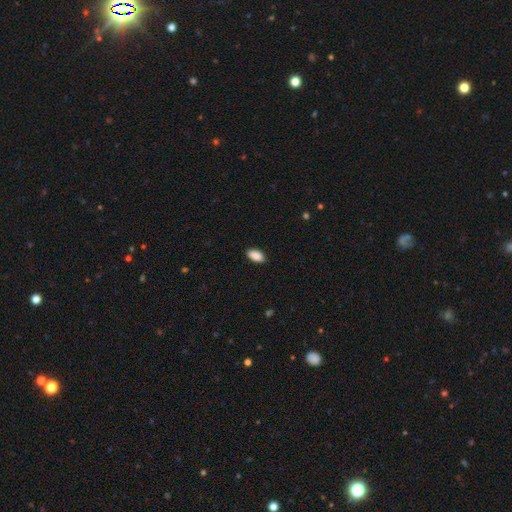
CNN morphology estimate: A smooth galaxy with no disk features (90%) that is in between round and cigar-shaped (94%). Merging: none (88%).